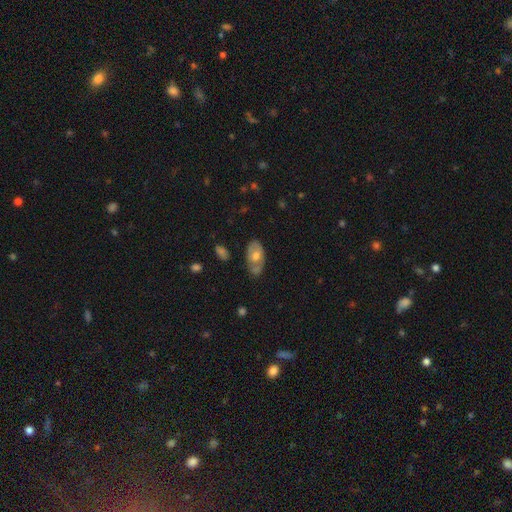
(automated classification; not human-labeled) smooth_or_featured: smooth (p=0.51) [alt: featured or disk p=0.43]
how_rounded: in between (p=0.90) [alt: round p=0.07]
merging: none (p=0.57) [alt: minor disturbance p=0.25]